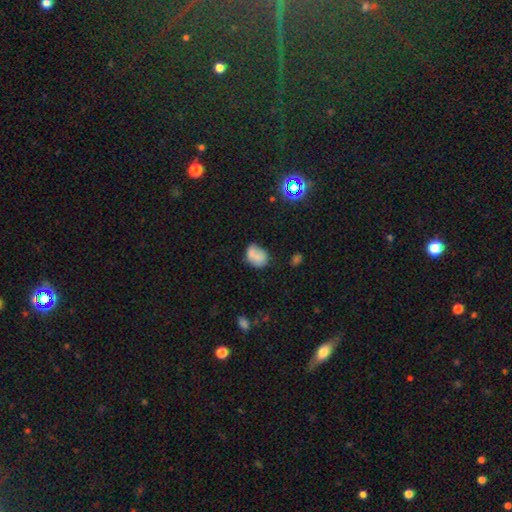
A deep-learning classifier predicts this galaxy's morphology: A smooth galaxy with no disk features (71%) that is in between round and cigar-shaped (55%). Merging: none (39%).